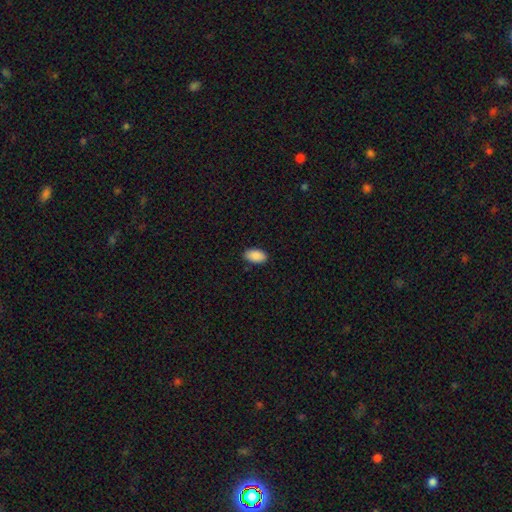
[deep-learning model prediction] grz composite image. It shows a smooth galaxy with no disk features (90%) that is in between round and cigar-shaped (95%). Merging: none (89%).